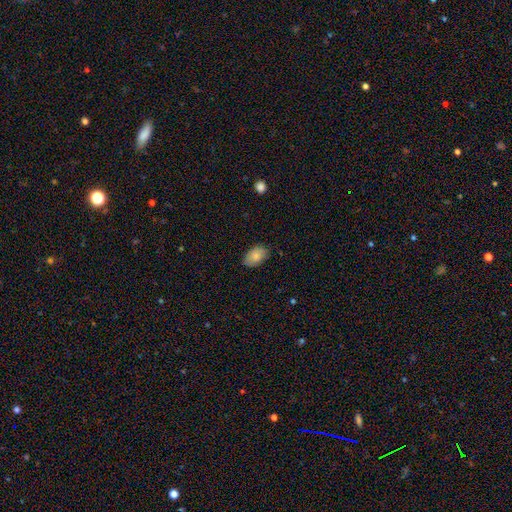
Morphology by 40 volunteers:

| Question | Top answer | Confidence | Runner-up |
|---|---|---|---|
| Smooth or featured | smooth | 92% | featured or disk (5%) |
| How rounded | in between | 100% | — |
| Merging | none | 85% | minor disturbance (15%) |